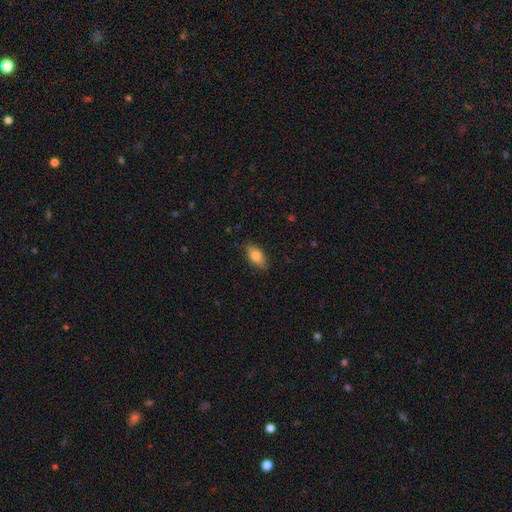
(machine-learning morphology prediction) Q: Smooth or featured?
A: smooth (79%); runner-up: featured or disk (14%)
Q: How rounded?
A: in between (86%); runner-up: cigar-shaped (9%)
Q: Merging?
A: none (81%); runner-up: minor disturbance (15%)